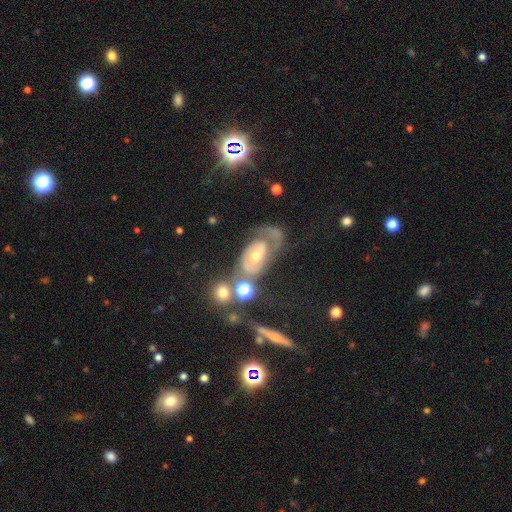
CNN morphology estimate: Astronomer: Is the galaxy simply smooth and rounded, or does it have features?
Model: featured or disk — 71%.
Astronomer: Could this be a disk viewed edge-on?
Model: no — 93%.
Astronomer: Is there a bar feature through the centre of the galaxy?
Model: no — 75%.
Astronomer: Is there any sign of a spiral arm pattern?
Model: yes — 74%.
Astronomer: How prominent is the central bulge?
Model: moderate — 59%.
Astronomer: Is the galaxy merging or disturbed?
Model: none — 36% (runner-up: major disturbance, 31%).